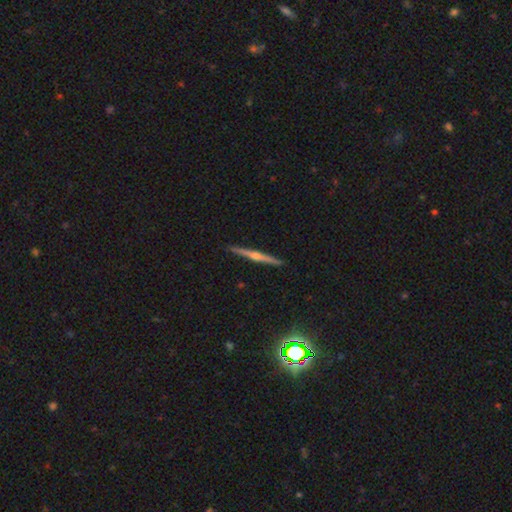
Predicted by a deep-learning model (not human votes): A featured or disk galaxy (78%) viewed edge-on (98%) with a rounded central bulge (89%). Merging: none (92%).